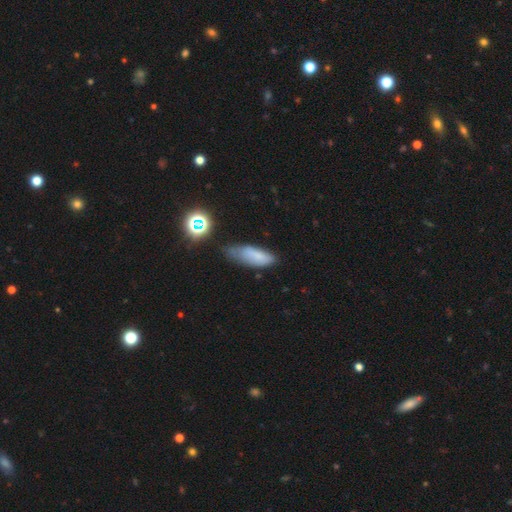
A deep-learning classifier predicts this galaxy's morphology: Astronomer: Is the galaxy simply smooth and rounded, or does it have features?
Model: smooth — 71%.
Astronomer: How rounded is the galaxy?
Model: in between — 64%.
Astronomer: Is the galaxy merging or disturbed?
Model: minor disturbance — 41% (runner-up: none, 40%).